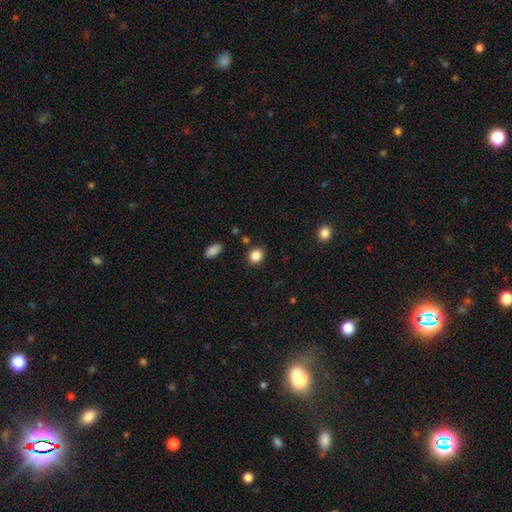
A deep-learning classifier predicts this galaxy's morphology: This is clearly a smooth galaxy (87%). How rounded: likely round (73%). Merging: clearly none (87%).